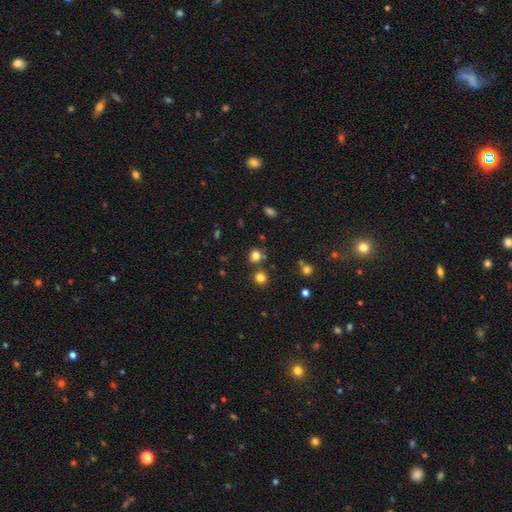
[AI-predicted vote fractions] Overall: smooth (77%). How rounded: round (85%). Merging: none (76%).